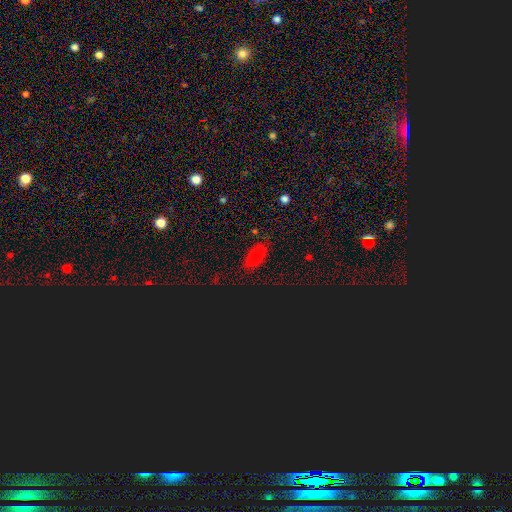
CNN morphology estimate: A smooth galaxy with no disk features (68%) that is in between round and cigar-shaped (87%).

Vote fractions:
- Smooth or featured? smooth: 68% / star or artifact: 25% / featured or disk: 7%
- How rounded? in between: 87% / cigar-shaped: 8% / round: 5%
- Merging? none: 77% / minor disturbance: 16% / major disturbance: 4% / merger: 3%